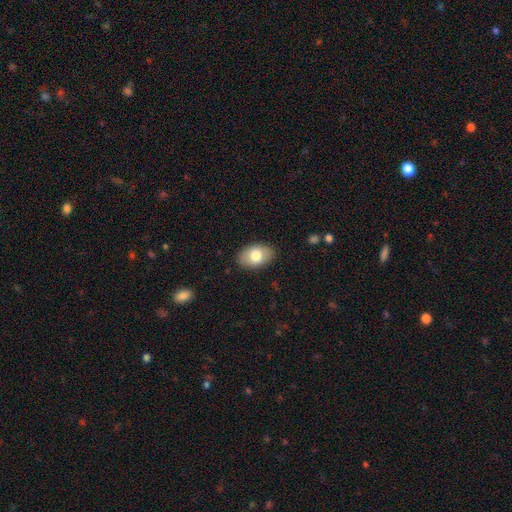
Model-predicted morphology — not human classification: smooth 76%, featured or disk 17%, star or artifact 7%. Down the decision tree: how rounded — in between (90%); merging — none (87%).